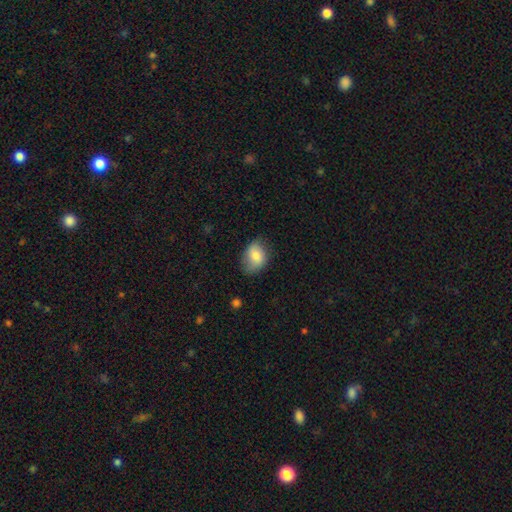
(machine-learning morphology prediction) type=smooth (77%); roundness=in between (75%); merging=none (66%).